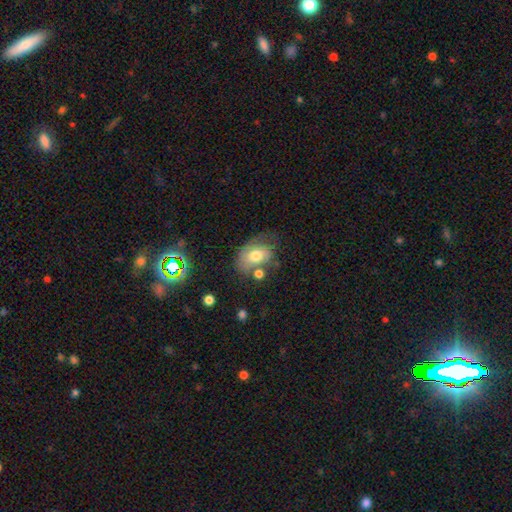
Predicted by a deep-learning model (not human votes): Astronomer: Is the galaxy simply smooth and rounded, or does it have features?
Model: smooth — 59%.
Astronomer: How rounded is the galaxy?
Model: in between — 77%.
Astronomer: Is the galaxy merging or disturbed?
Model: none — 39% (runner-up: minor disturbance, 28%).